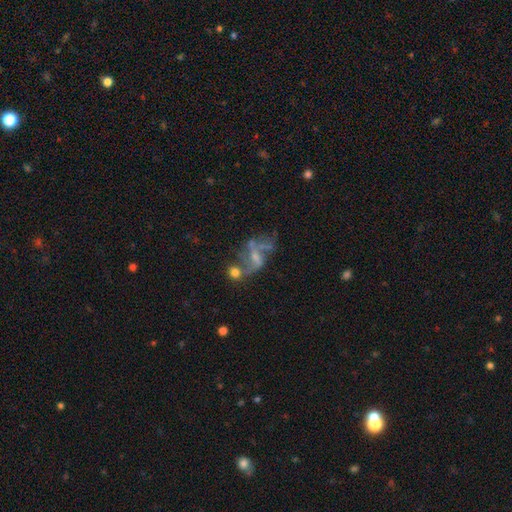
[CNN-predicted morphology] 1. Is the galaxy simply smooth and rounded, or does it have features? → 69% featured or disk, 18% smooth, 13% star or artifact.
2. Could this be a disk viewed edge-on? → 97% no, 3% yes.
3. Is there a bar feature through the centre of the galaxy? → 44% weak, 35% no, 21% strong.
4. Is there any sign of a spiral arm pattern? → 72% yes, 28% no.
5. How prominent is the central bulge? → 45% small, 26% none, 25% moderate, 3% large, 1% dominant.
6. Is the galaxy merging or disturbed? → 31% none, 27% major disturbance, 26% merger, 16% minor disturbance.